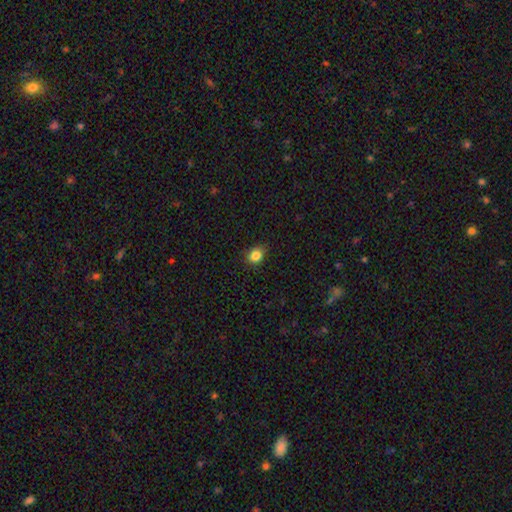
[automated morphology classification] The model was most divided on "how rounded": round: 61%, in between: 38%, cigar-shaped: 1%. More confident: smooth or featured — smooth (84%); merging — none (81%).